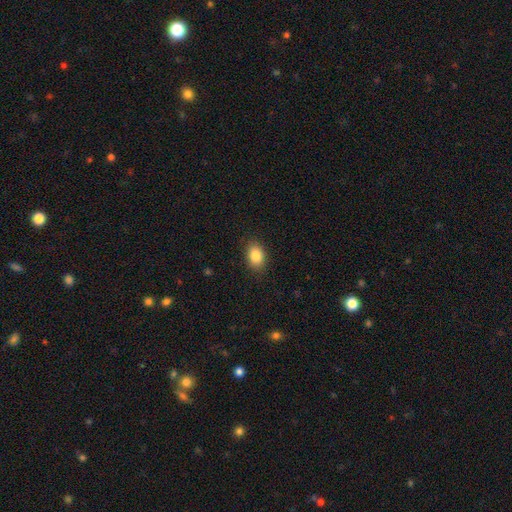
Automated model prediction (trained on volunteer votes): Q: Smooth or featured?
A: smooth (86%); runner-up: star or artifact (8%)
Q: How rounded?
A: in between (77%); runner-up: round (22%)
Q: Merging?
A: none (88%); runner-up: minor disturbance (9%)